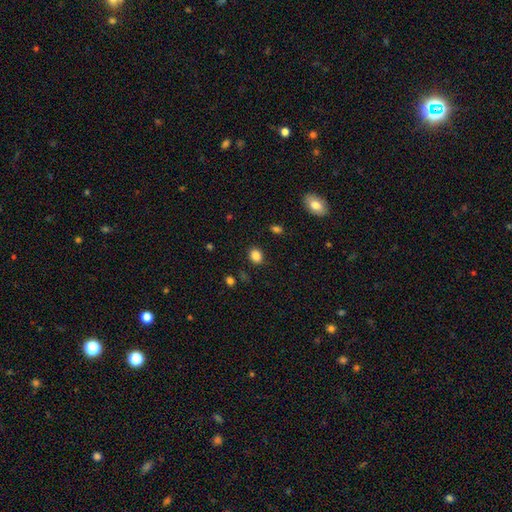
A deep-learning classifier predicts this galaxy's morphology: Overall: smooth (85%). How rounded: in between (52%; round 47%). Merging: none (84%).